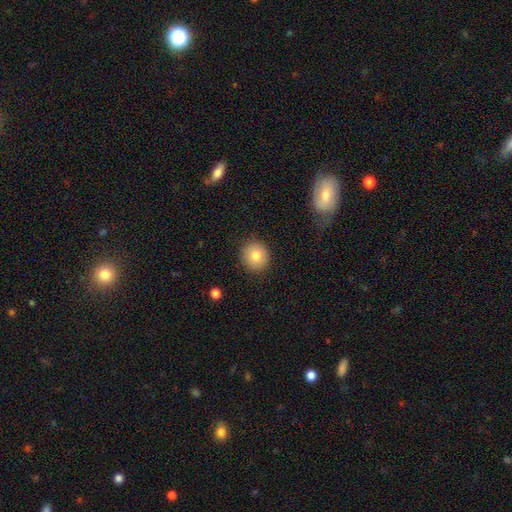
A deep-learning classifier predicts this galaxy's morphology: A smooth galaxy with no disk features (81%) that is round (90%).

Vote fractions:
- Smooth or featured? smooth: 81% / featured or disk: 10% / star or artifact: 9%
- How rounded? round: 90% / in between: 9% / cigar-shaped: 1%
- Merging? none: 89% / minor disturbance: 7% / major disturbance: 2% / merger: 1%